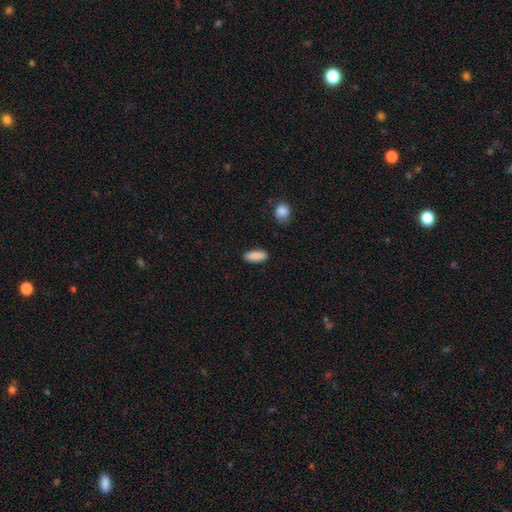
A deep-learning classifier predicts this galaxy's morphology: This appears to be a smooth galaxy with no disk features (89%) that is in between round and cigar-shaped (73%). Merging: none (87%).